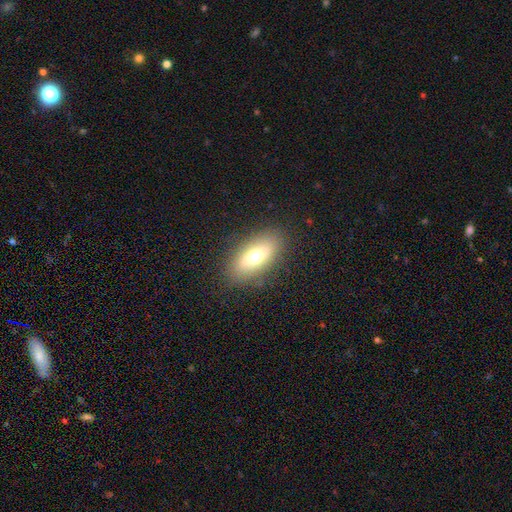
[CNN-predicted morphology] Overall: smooth (67%). How rounded: in between (85%). Merging: none (87%).